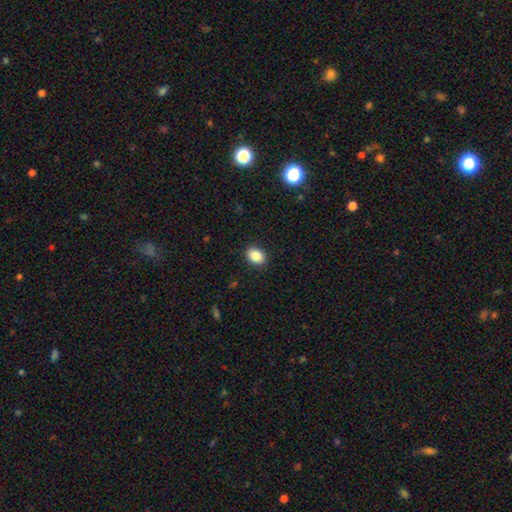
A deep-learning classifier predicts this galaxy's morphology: Smooth or featured? smooth (86%)
How rounded? in between (69%)
Merging? none (90%)